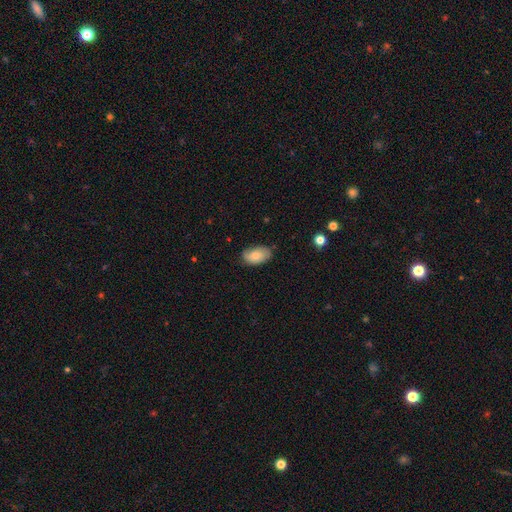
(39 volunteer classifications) Smooth or featured: smooth — 74% (featured or disk — 13%)
How rounded: in between — 90% (round — 10%)
Merging: none — 71% (minor disturbance — 21%)